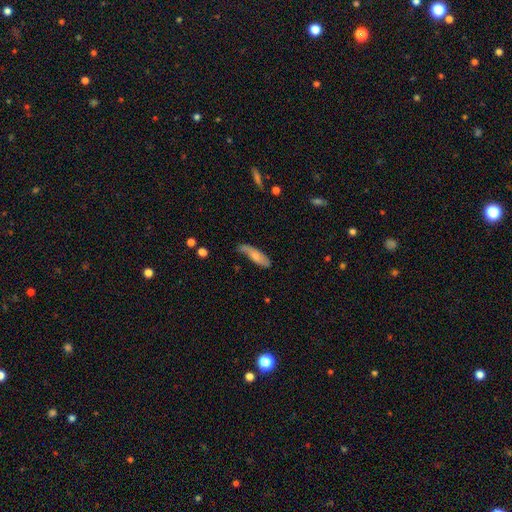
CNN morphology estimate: Smooth or featured: smooth — 61% (featured or disk — 33%)
How rounded: in between — 51% (cigar-shaped — 47%)
Merging: none — 48% (minor disturbance — 36%)